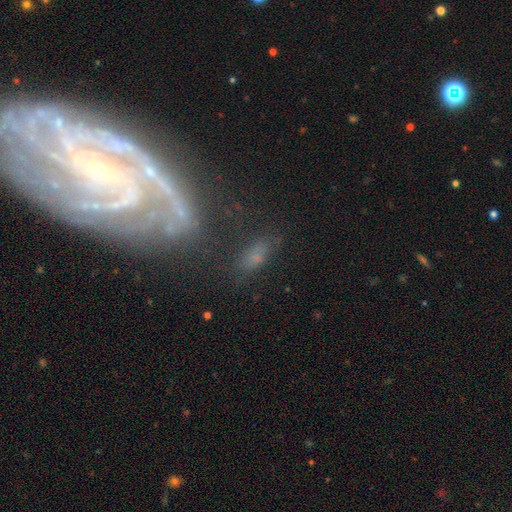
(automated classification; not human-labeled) This is possibly a smooth galaxy (59%). How rounded: likely in between (73%). Merging: likely none (62%).